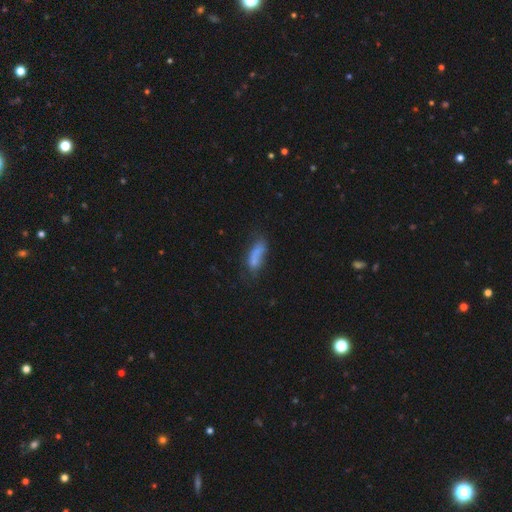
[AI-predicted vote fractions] Q: Smooth or featured?
A: smooth (64%); runner-up: featured or disk (25%)
Q: How rounded?
A: in between (69%); runner-up: cigar-shaped (27%)
Q: Merging?
A: none (36%); runner-up: merger (24%)